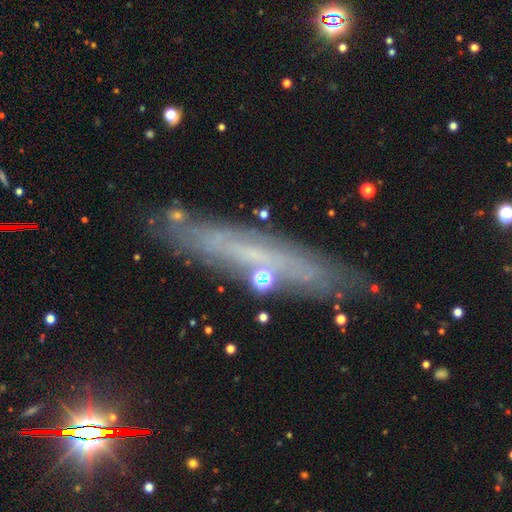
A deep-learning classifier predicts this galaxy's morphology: A featured or disk galaxy (65%) viewed edge-on (65%).

Vote fractions:
- Smooth or featured? featured or disk: 65% / smooth: 23% / star or artifact: 12%
- Edge-on disk? yes: 65% / no: 35%
- Merging? none: 81% / minor disturbance: 13% / major disturbance: 3% / merger: 3%